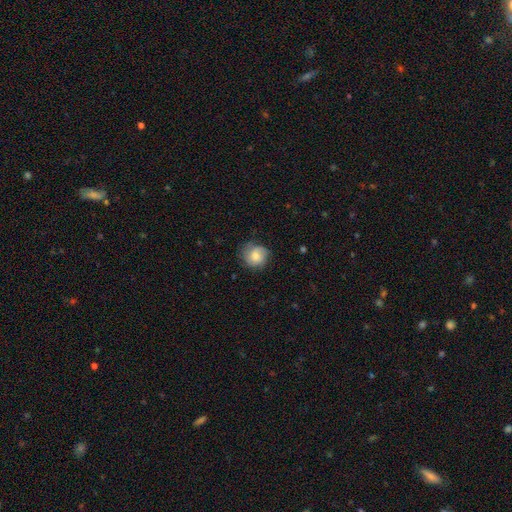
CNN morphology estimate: The model was most divided on "merging": none: 66%, minor disturbance: 25%, major disturbance: 8%, merger: 1%. More confident: how rounded — round (84%); smooth or featured — smooth (69%).